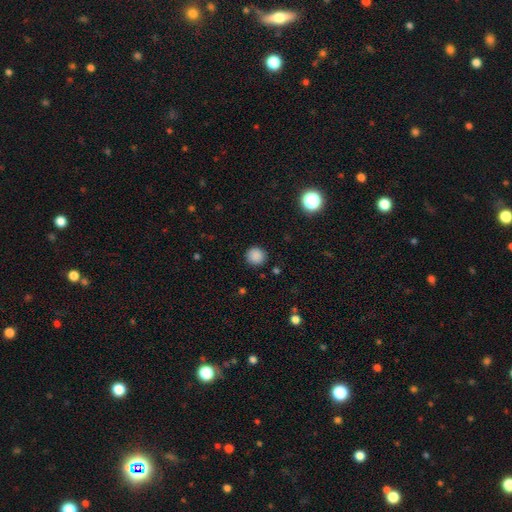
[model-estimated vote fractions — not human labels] The model was most divided on "smooth or featured": smooth: 87%, star or artifact: 10%, featured or disk: 3%. More confident: how rounded — round (92%); merging — none (90%).